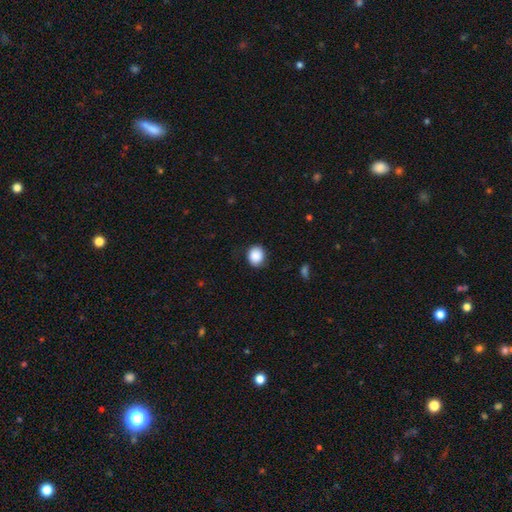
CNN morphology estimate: A smooth galaxy with no disk features (89%) that is round (69%). Merging: none (84%).